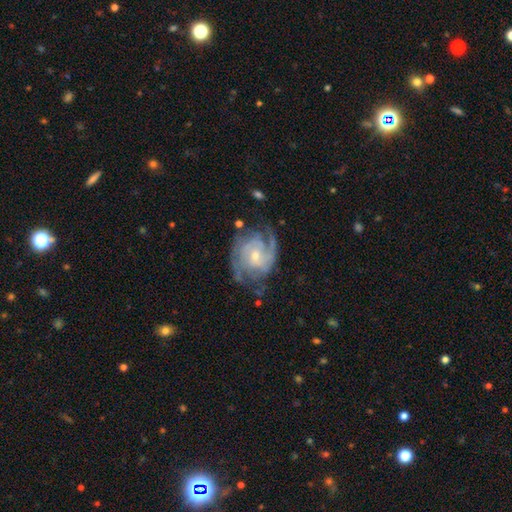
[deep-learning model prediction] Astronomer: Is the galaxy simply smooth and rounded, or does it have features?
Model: featured or disk — 86%.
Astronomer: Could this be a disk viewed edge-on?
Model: no — 97%.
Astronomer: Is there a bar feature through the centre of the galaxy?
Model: no — 57% (runner-up: weak, 36%).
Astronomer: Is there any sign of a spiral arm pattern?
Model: yes — 94%.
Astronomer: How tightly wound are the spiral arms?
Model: tight — 46% (runner-up: medium, 40%).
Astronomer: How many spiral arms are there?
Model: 2 — 44% (runner-up: can't tell, 25%).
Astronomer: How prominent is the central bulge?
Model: small — 57% (runner-up: moderate, 39%).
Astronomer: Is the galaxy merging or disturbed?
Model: none — 62%.